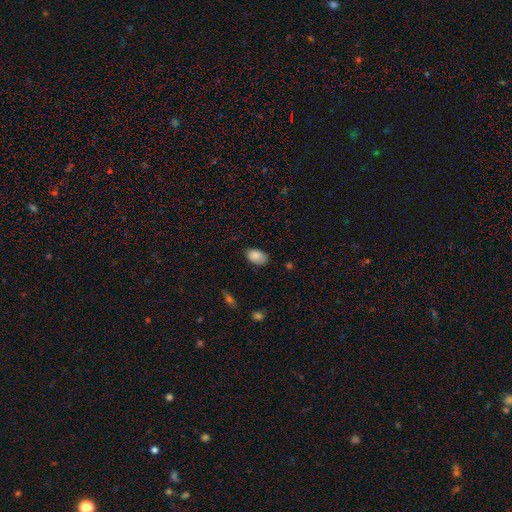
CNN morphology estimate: type=smooth (87%); roundness=in between (91%); merging=none (72%).